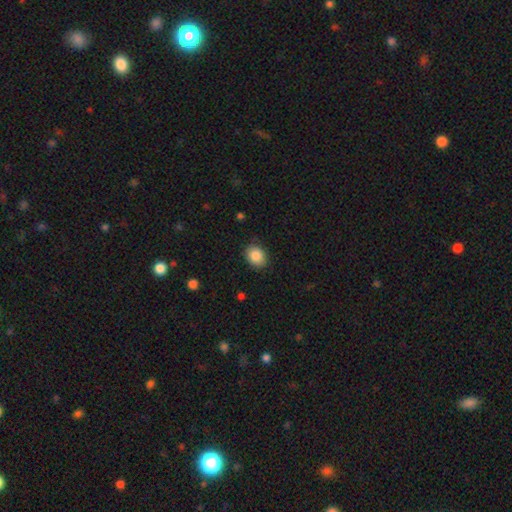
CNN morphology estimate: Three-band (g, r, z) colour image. It shows a smooth galaxy with no disk features (87%) that is in between round and cigar-shaped (55%). Merging: none (87%).